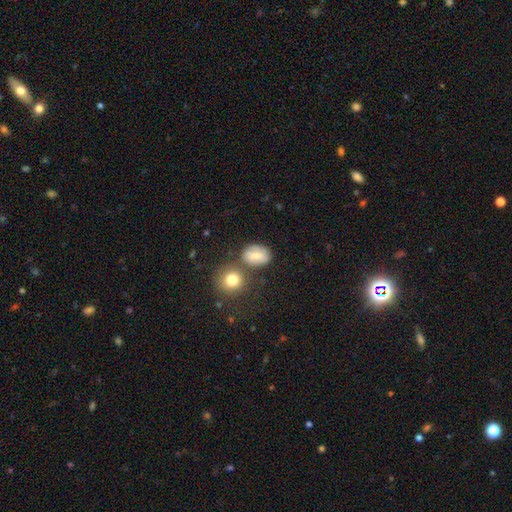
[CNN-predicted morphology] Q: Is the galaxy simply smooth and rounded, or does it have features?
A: smooth — 61%.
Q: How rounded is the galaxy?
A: in between — 59%.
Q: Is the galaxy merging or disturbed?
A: none — 59%.